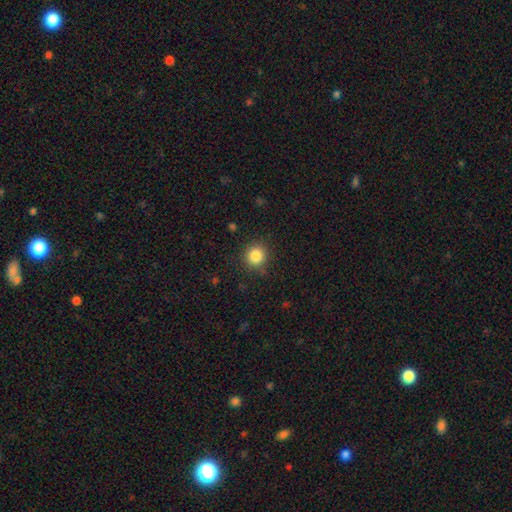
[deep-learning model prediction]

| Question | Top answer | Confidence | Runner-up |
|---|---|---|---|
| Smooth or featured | smooth | 85% | star or artifact (10%) |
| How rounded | round | 90% | in between (9%) |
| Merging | none | 86% | minor disturbance (10%) |